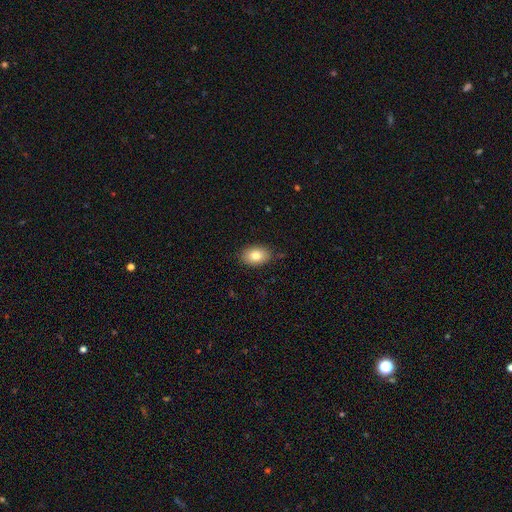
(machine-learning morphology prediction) Smooth or featured? smooth (80%)
How rounded? in between (85%)
Merging? none (85%)